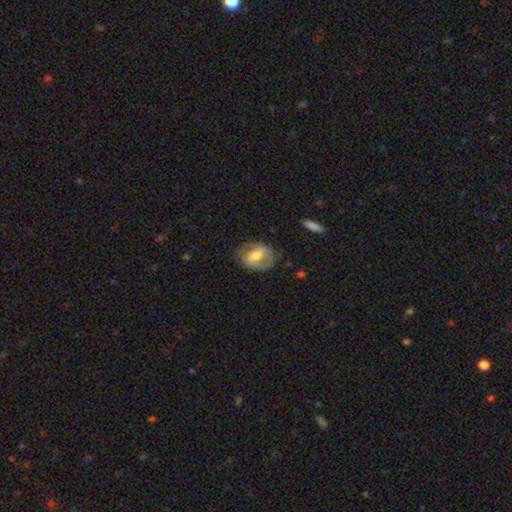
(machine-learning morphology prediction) The model was most divided on "smooth or featured": featured or disk: 51%, smooth: 43%, star or artifact: 6%. More confident: edge-on disk — no (93%); merging — none (72%).